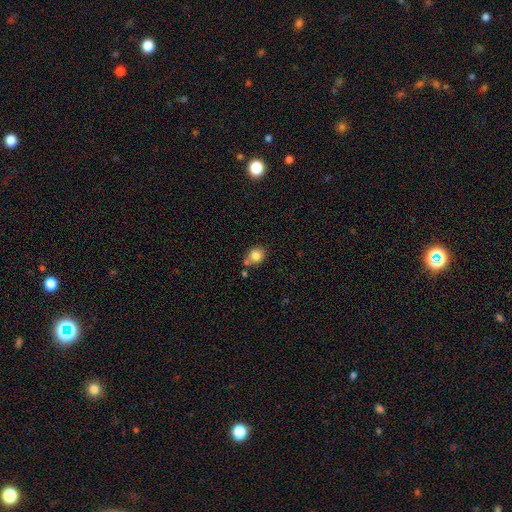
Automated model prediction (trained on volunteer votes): Q: Smooth or featured?
A: smooth (82%); runner-up: star or artifact (10%)
Q: How rounded?
A: round (68%); runner-up: in between (31%)
Q: Merging?
A: none (59%); runner-up: merger (21%)